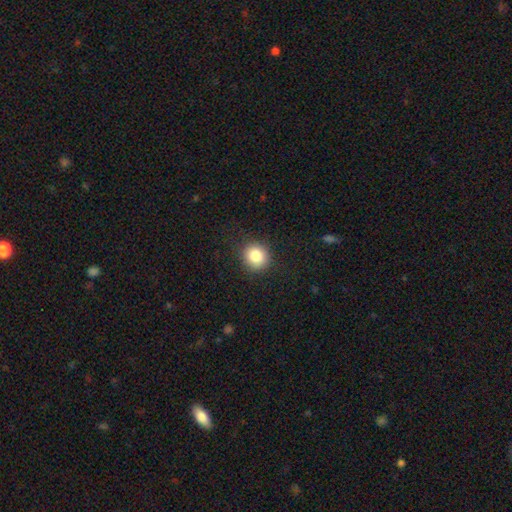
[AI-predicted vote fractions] smooth-or-featured: smooth: 85% | star or artifact: 10% | featured or disk: 5%
  how-rounded: round: 85% | in between: 14% | cigar-shaped: 1%
  merging: none: 87% | minor disturbance: 10% | major disturbance: 3% | merger: 1%